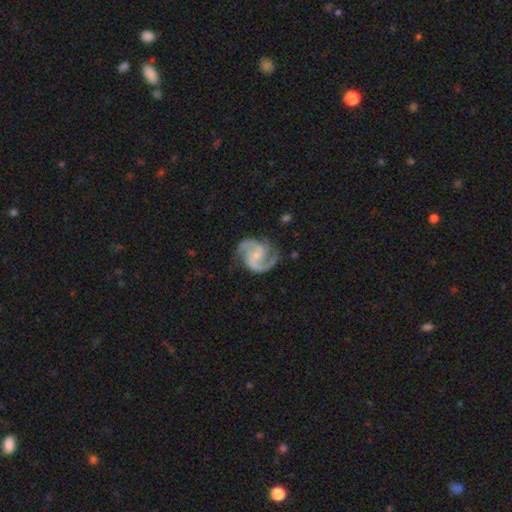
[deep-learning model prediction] featured or disk 91%, smooth 5%, star or artifact 4%. Down the decision tree: edge-on disk — no (98%); bar — no (50%); spiral arms — yes (98%); spiral arm count — 2 (91%); spiral winding — medium (61%); bulge size — small (59%); merging — none (78%).